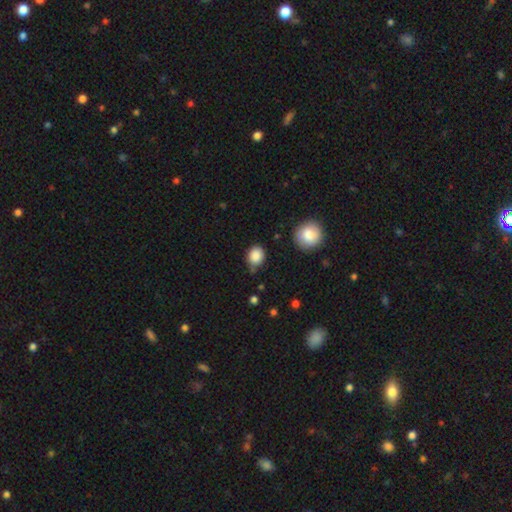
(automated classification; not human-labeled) A smooth galaxy with no disk features (87%) that is round (65%).

Vote fractions:
- Smooth or featured? smooth: 87% / star or artifact: 8% / featured or disk: 5%
- How rounded? round: 65% / in between: 34% / cigar-shaped: 1%
- Merging? none: 68% / minor disturbance: 24% / major disturbance: 4% / merger: 3%